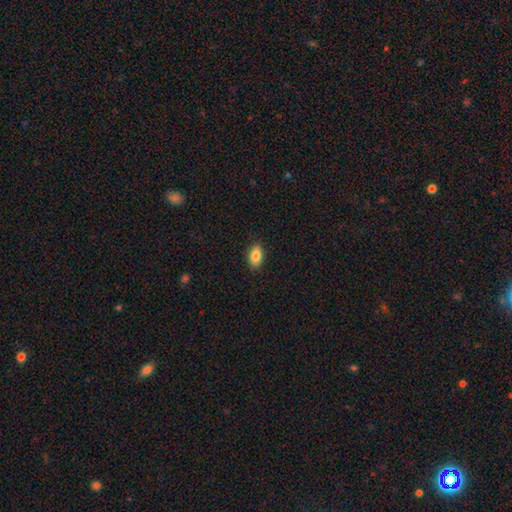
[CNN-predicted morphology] type=smooth (85%); roundness=in between (90%); merging=none (89%).